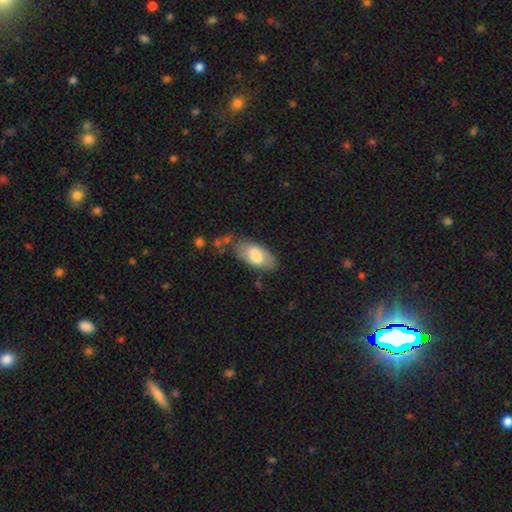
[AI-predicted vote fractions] This appears to be a smooth galaxy with no disk features (71%) that is in between round and cigar-shaped (92%). Merging: none (61%).